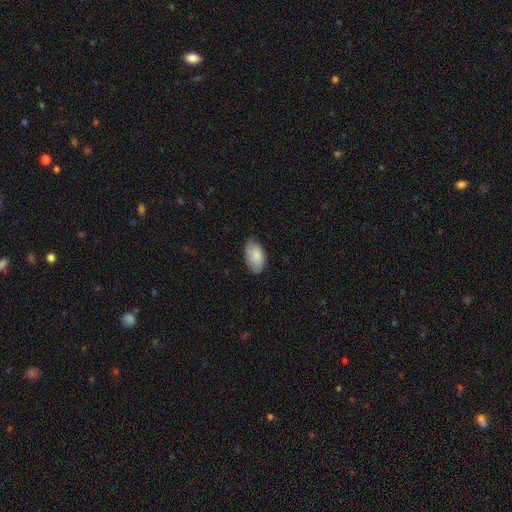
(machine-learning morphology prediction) Q: Smooth or featured?
A: smooth (83%); runner-up: featured or disk (11%)
Q: How rounded?
A: in between (94%); runner-up: round (4%)
Q: Merging?
A: none (72%); runner-up: minor disturbance (24%)